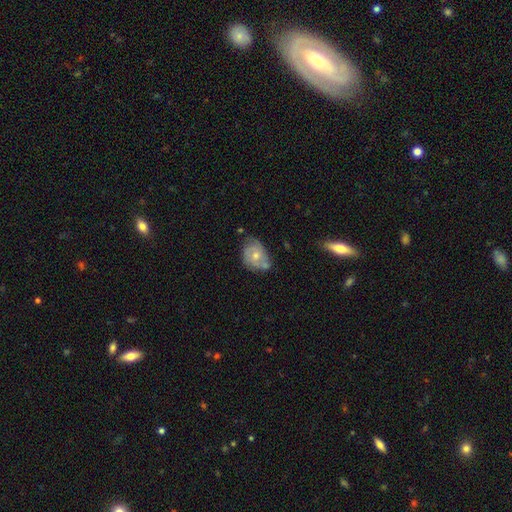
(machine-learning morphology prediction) A featured or disk galaxy (61%) with no bar (79%), spiral arms (78%) and a moderate central bulge (58%).

Vote fractions:
- Smooth or featured? featured or disk: 61% / smooth: 32% / star or artifact: 7%
- Edge-on disk? no: 97% / yes: 3%
- Bar? no: 79% / weak: 18% / strong: 3%
- Spiral arms? yes: 78% / no: 22%
- Bulge size? moderate: 58% / small: 37% / large: 2% / none: 2% / dominant: 1%
- Merging? none: 46% / minor disturbance: 30% / merger: 14% / major disturbance: 11%